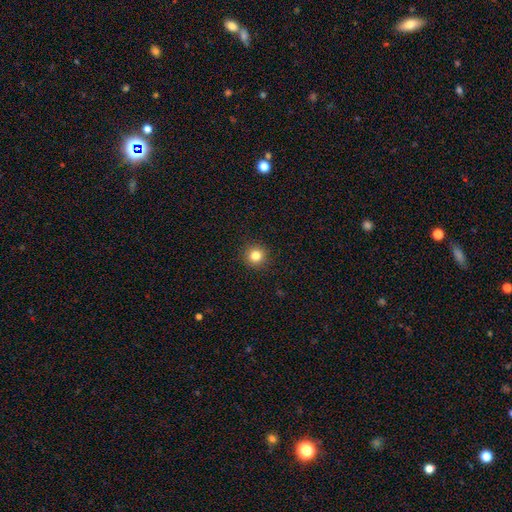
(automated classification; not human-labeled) smooth-or-featured: smooth: 82% | star or artifact: 12% | featured or disk: 6%
  how-rounded: round: 94% | in between: 5% | cigar-shaped: 1%
  merging: none: 92% | minor disturbance: 5% | major disturbance: 2% | merger: 1%